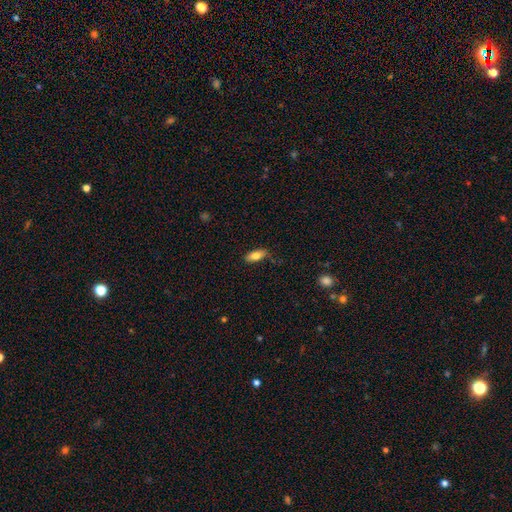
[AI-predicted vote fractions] Q: Smooth or featured?
A: smooth (78%); runner-up: featured or disk (15%)
Q: How rounded?
A: in between (81%); runner-up: cigar-shaped (16%)
Q: Merging?
A: none (70%); runner-up: minor disturbance (22%)